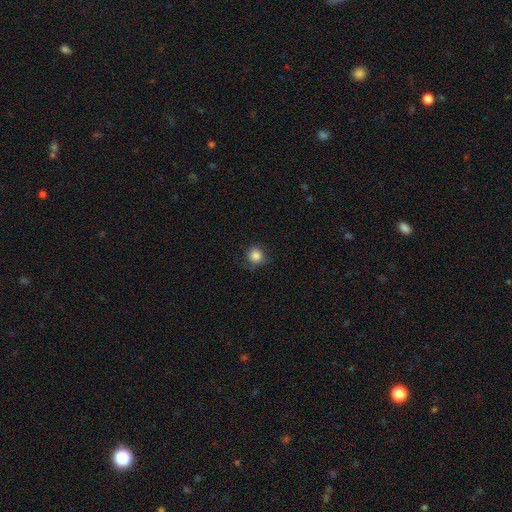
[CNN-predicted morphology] Smooth or featured?
  - smooth: 84% *
  - star or artifact: 10%
  - featured or disk: 6%
How rounded?
  - round: 89% *
  - in between: 10%
  - cigar-shaped: 1%
Merging?
  - none: 75% *
  - minor disturbance: 18%
  - major disturbance: 6%
  - merger: 1%